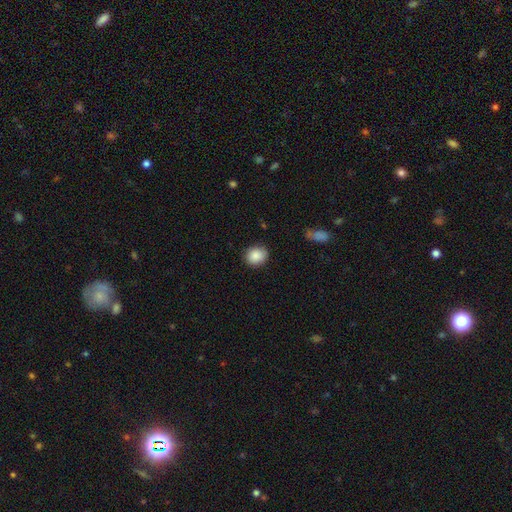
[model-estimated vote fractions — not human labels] smooth_or_featured: smooth (p=0.88) [alt: star or artifact p=0.08]
how_rounded: round (p=0.68) [alt: in between p=0.31]
merging: none (p=0.84) [alt: minor disturbance p=0.13]